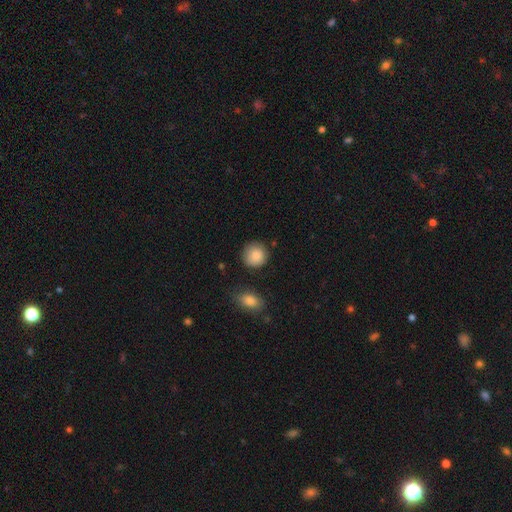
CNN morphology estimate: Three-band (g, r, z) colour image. It shows a smooth galaxy with no disk features (88%) that is round (90%). Merging: none (81%).